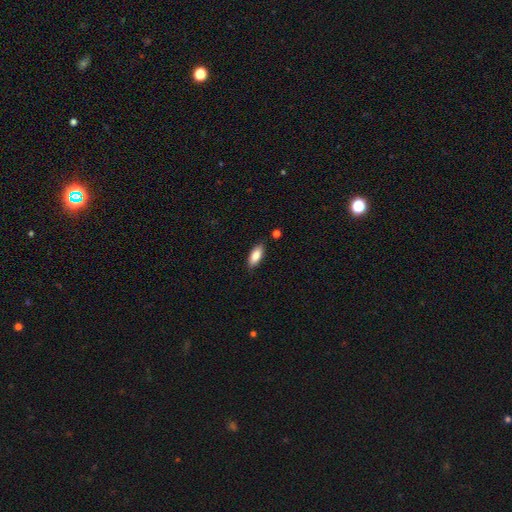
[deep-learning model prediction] The model was most divided on "how rounded": in between: 82%, cigar-shaped: 16%, round: 2%. More confident: merging — none (85%); smooth or featured — smooth (85%).